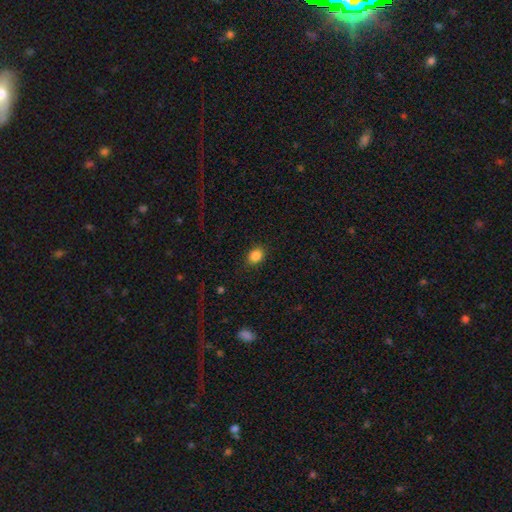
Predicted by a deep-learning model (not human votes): smooth-or-featured: smooth: 85% | star or artifact: 10% | featured or disk: 4%
  how-rounded: in between: 57% | round: 42% | cigar-shaped: 1%
  merging: none: 86% | minor disturbance: 10% | major disturbance: 3% | merger: 1%